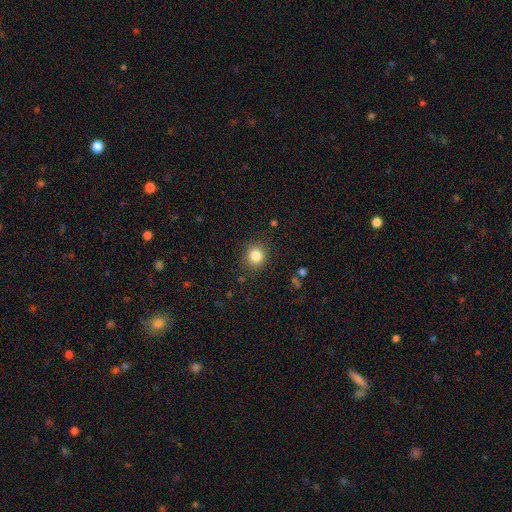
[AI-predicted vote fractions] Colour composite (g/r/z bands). It shows a smooth galaxy with no disk features (83%) that is round (88%). Merging: none (88%).